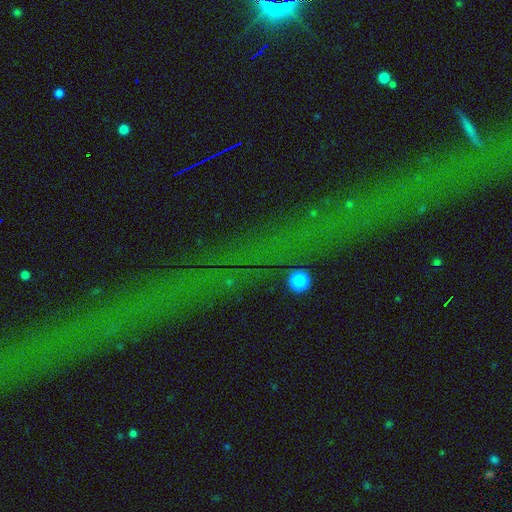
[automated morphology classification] The model was most divided on "smooth or featured": star or artifact: 77%, featured or disk: 13%, smooth: 10%.